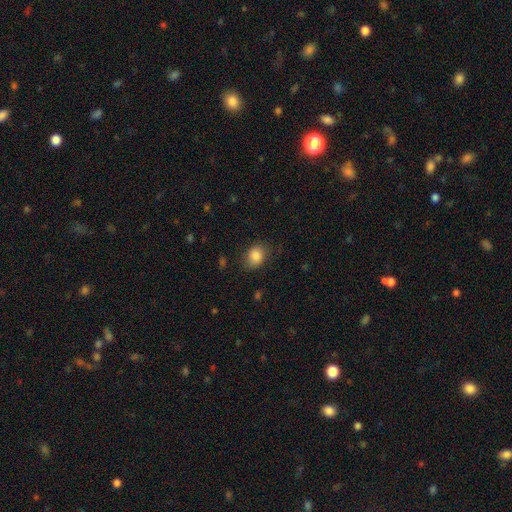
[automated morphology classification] This is clearly a smooth galaxy (84%). How rounded: possibly in between (51%). Merging: likely none (74%).